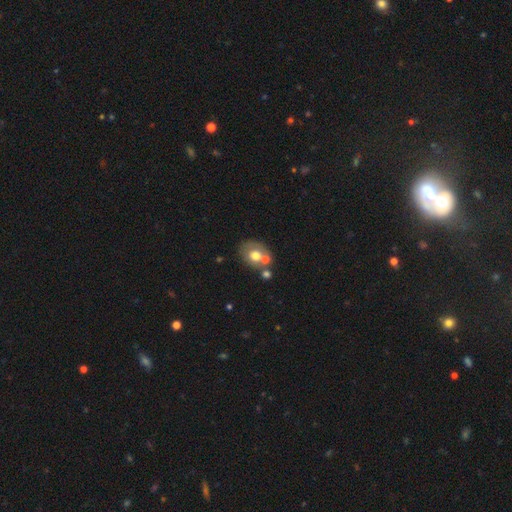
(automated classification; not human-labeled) smooth_or_featured: smooth (p=0.61) [alt: featured or disk p=0.30]
how_rounded: in between (p=0.50) [alt: round p=0.49]
merging: none (p=0.45) [alt: merger p=0.34]